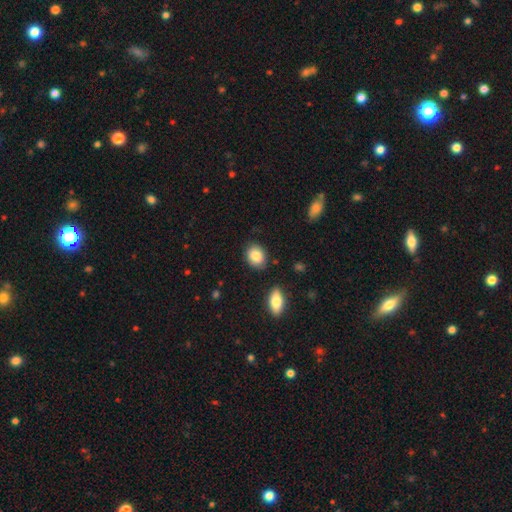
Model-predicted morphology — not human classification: Smooth or featured? Predicted: smooth (p=0.85). How rounded? Predicted: in between (p=0.52). Merging? Predicted: none (p=0.83).